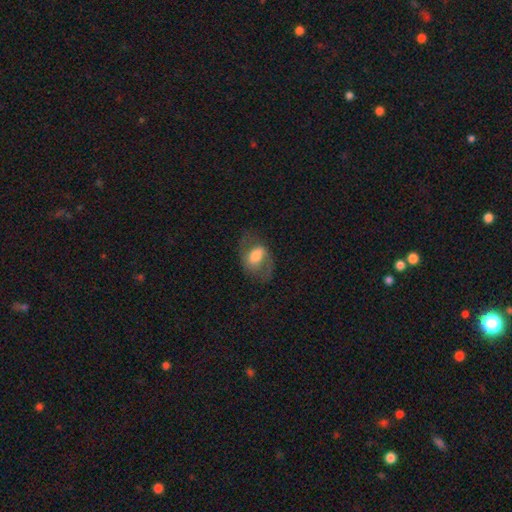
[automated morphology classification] Q: Smooth or featured?
A: featured or disk (57%); runner-up: smooth (35%)
Q: Edge-on disk?
A: no (95%); runner-up: yes (5%)
Q: Bar?
A: weak (41%); runner-up: no (36%)
Q: Spiral arms?
A: yes (79%); runner-up: no (21%)
Q: Bulge size?
A: moderate (51%); runner-up: large (29%)
Q: Merging?
A: none (64%); runner-up: minor disturbance (18%)